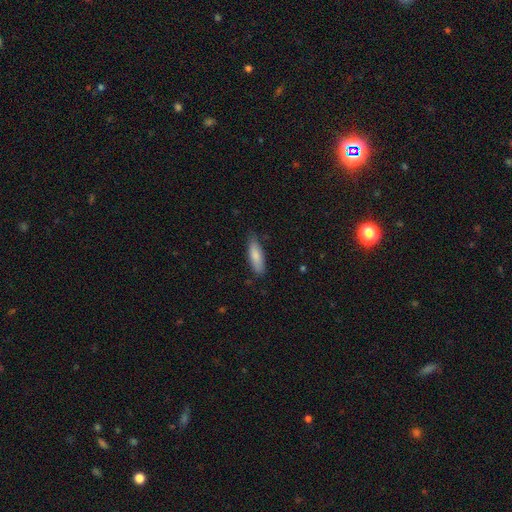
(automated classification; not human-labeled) smooth_or_featured: smooth (p=0.83) [alt: featured or disk p=0.12]
how_rounded: in between (p=0.55) [alt: cigar-shaped p=0.43]
merging: none (p=0.78) [alt: minor disturbance p=0.18]